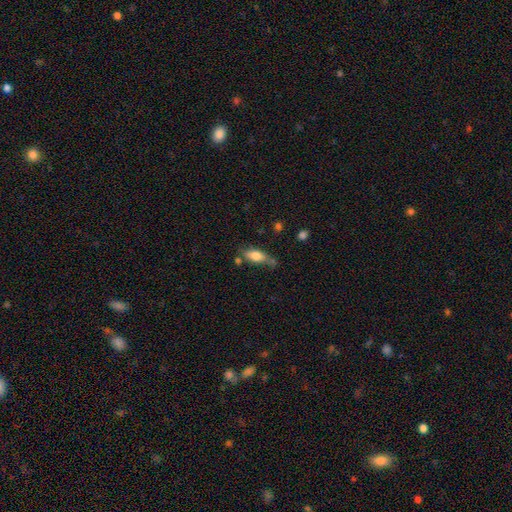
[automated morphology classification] smooth_or_featured: smooth (p=0.72) [alt: featured or disk p=0.20]
how_rounded: in between (p=0.73) [alt: cigar-shaped p=0.24]
merging: none (p=0.57) [alt: minor disturbance p=0.23]